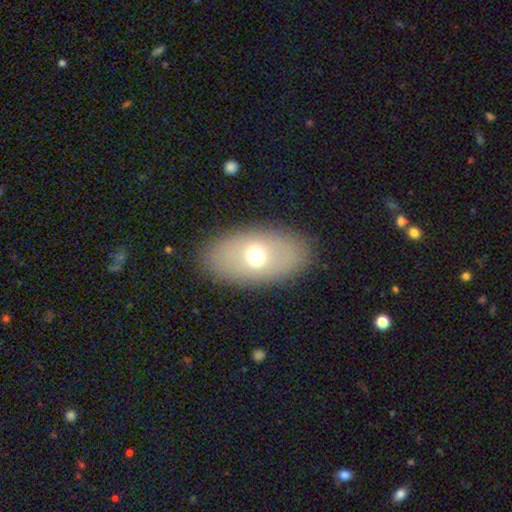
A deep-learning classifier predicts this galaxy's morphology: Smooth or featured?
  - smooth: 57% *
  - featured or disk: 33%
  - star or artifact: 10%
How rounded?
  - in between: 87% *
  - round: 11%
  - cigar-shaped: 2%
Merging?
  - none: 86% *
  - minor disturbance: 9%
  - major disturbance: 5%
  - merger: 1%